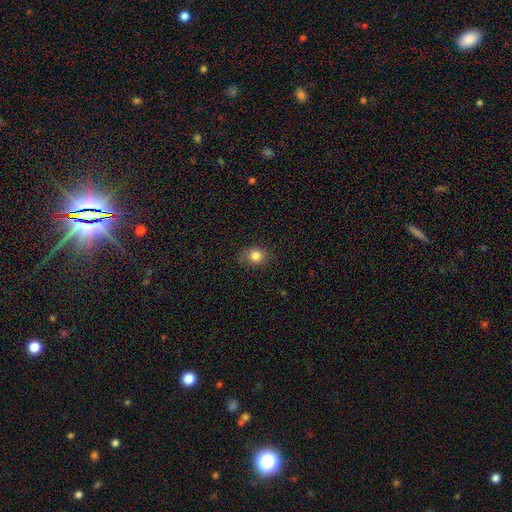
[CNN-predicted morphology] Overall: smooth (82%). How rounded: round (71%). Merging: none (83%).